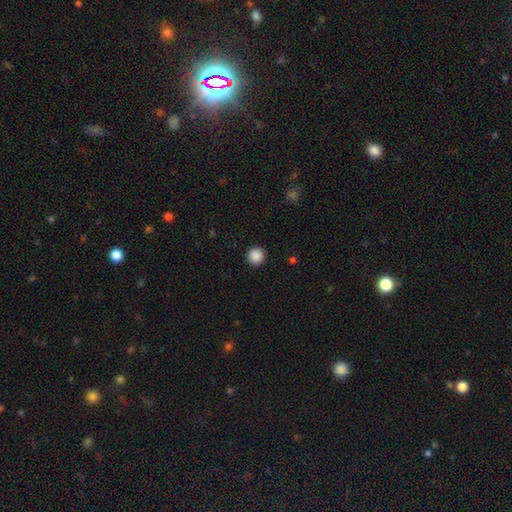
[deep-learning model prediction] Overall: smooth (88%). How rounded: round (95%). Merging: none (93%).